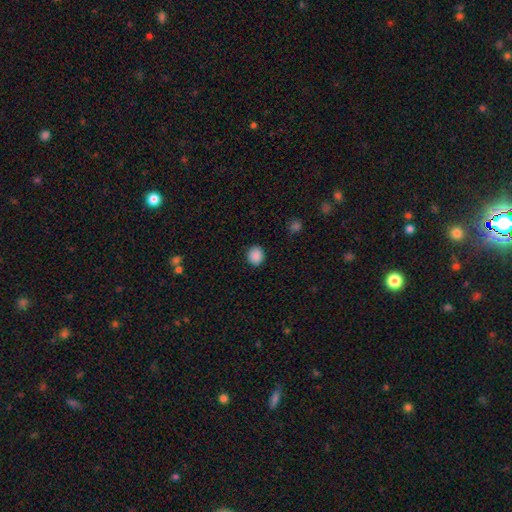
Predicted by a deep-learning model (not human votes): Smooth or featured?
  - smooth: 88% *
  - star or artifact: 9%
  - featured or disk: 3%
How rounded?
  - round: 85% *
  - in between: 14%
  - cigar-shaped: 1%
Merging?
  - none: 91% *
  - minor disturbance: 6%
  - major disturbance: 2%
  - merger: 1%